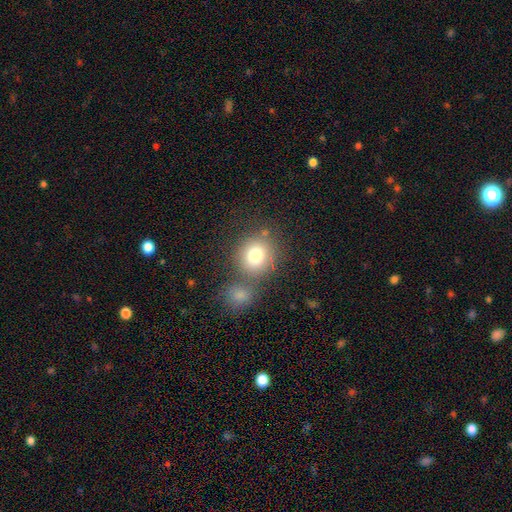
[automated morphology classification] smooth-or-featured: smooth: 77% | star or artifact: 11% | featured or disk: 11%
  how-rounded: round: 84% | in between: 15% | cigar-shaped: 1%
  merging: none: 60% | merger: 25% | minor disturbance: 10% | major disturbance: 4%